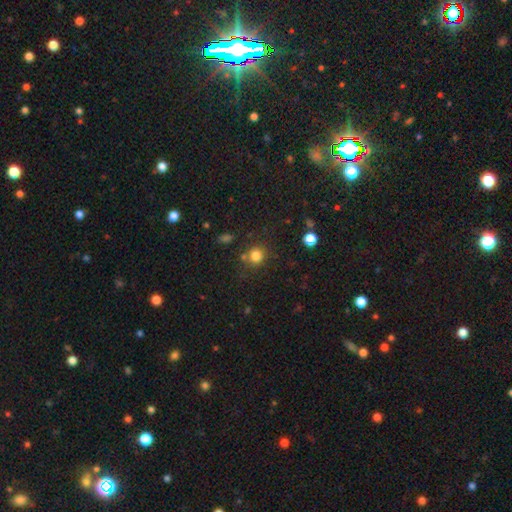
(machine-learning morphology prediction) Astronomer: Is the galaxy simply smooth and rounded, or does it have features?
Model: smooth — 81%.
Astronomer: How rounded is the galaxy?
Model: round — 88%.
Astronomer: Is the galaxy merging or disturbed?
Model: none — 74%.